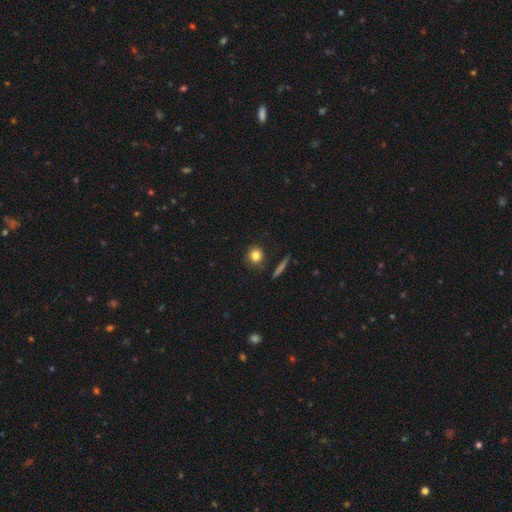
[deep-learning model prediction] Overall: smooth (82%). How rounded: round (84%). Merging: none (85%).